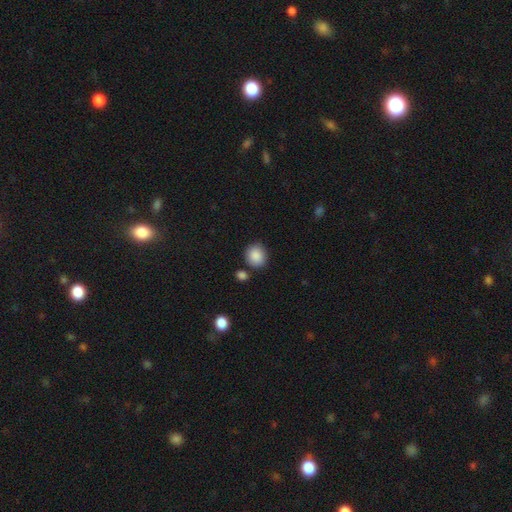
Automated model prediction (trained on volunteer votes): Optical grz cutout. It shows a smooth galaxy with no disk features (88%) that is round (77%). Merging: none (80%).